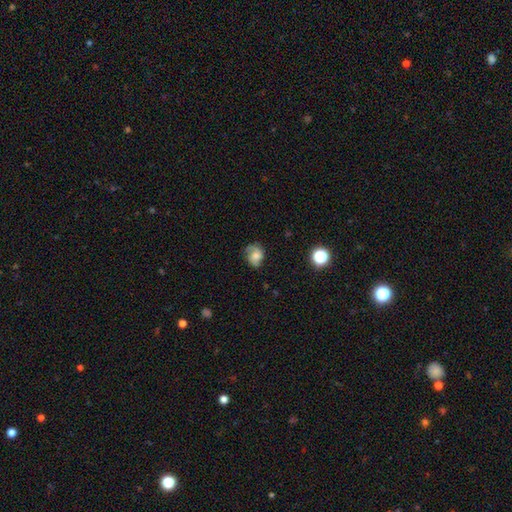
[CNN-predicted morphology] smooth_or_featured: smooth (p=0.45) [alt: featured or disk p=0.44]
merging: none (p=0.57) [alt: minor disturbance p=0.27]